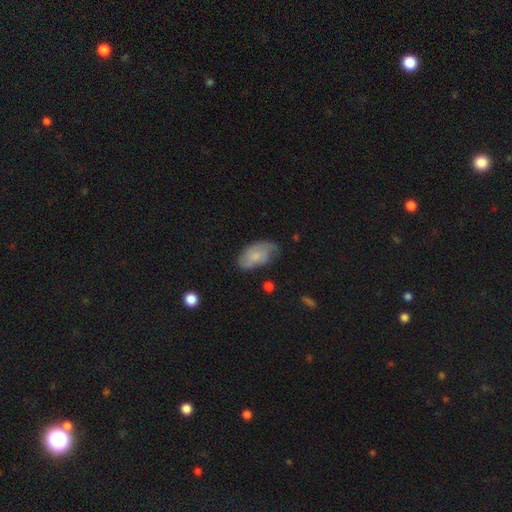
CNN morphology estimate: Smooth or featured: smooth — 62% (featured or disk — 31%)
How rounded: in between — 93% (round — 4%)
Merging: none — 56% (minor disturbance — 32%)